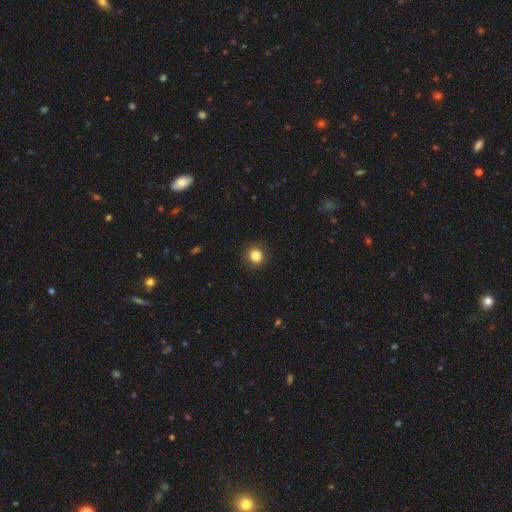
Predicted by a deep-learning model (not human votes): Overall: smooth (84%). How rounded: round (88%). Merging: none (90%).